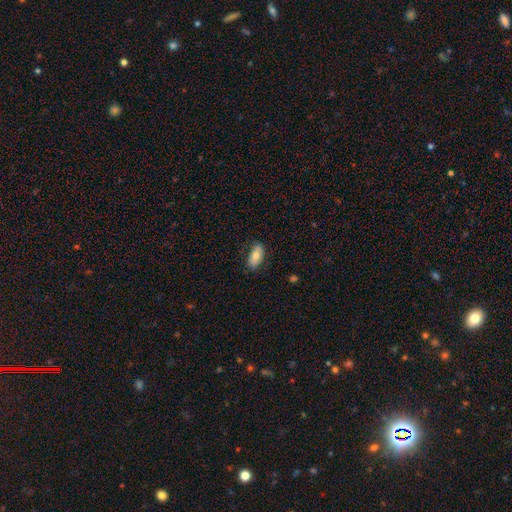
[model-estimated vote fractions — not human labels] Smooth or featured?
  - smooth: 73% *
  - featured or disk: 20%
  - star or artifact: 7%
How rounded?
  - in between: 91% *
  - cigar-shaped: 5%
  - round: 4%
Merging?
  - none: 83% *
  - minor disturbance: 13%
  - major disturbance: 3%
  - merger: 1%